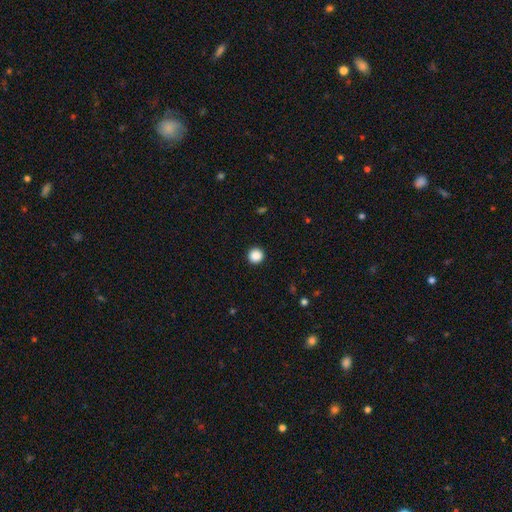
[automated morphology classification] smooth_or_featured: smooth (p=0.88) [alt: star or artifact p=0.10]
how_rounded: round (p=0.96) [alt: in between p=0.03]
merging: none (p=0.93) [alt: minor disturbance p=0.04]